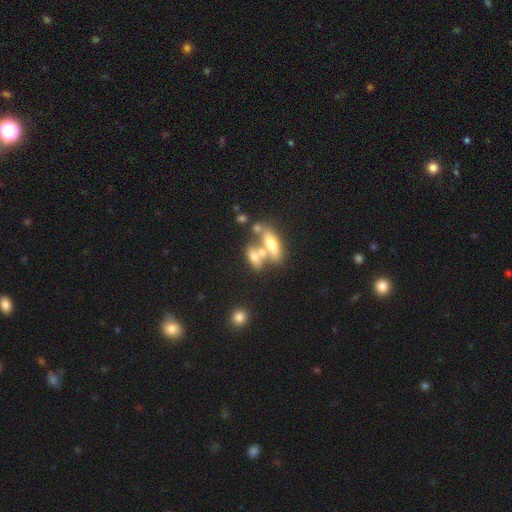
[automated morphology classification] smooth-or-featured: smooth: 59% | featured or disk: 31% | star or artifact: 10%
  how-rounded: in between: 69% | cigar-shaped: 24% | round: 8%
  merging: merger: 56% | none: 29% | minor disturbance: 10% | major disturbance: 6%